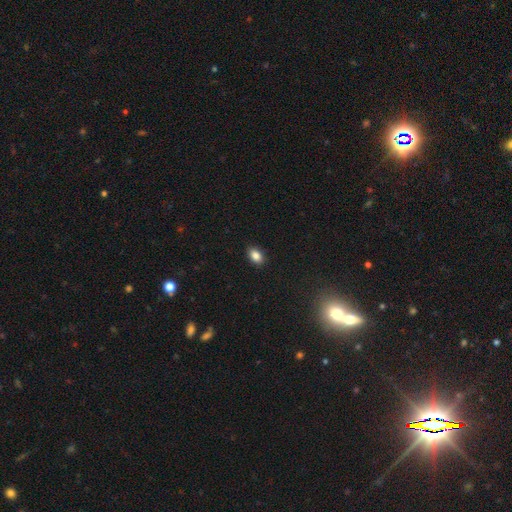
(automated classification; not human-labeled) A smooth galaxy with no disk features (85%) that is in between round and cigar-shaped (86%). Merging: none (88%).